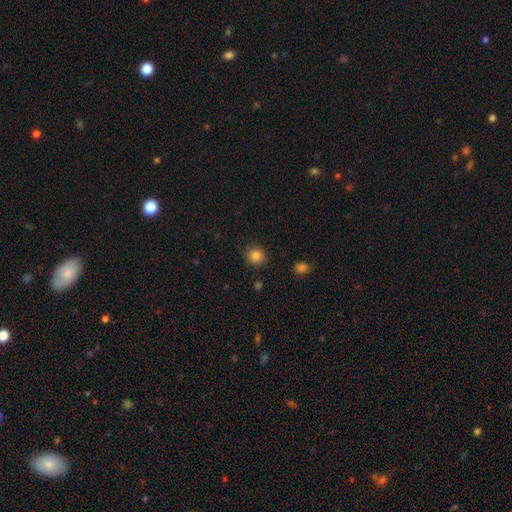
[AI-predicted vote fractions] This appears to be a smooth galaxy with no disk features (85%) that is round (90%). Merging: none (89%).